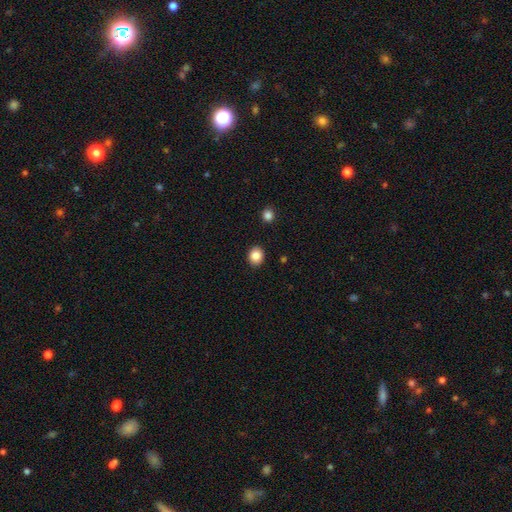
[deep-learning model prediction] Overall: smooth (86%). How rounded: round (71%). Merging: none (90%).